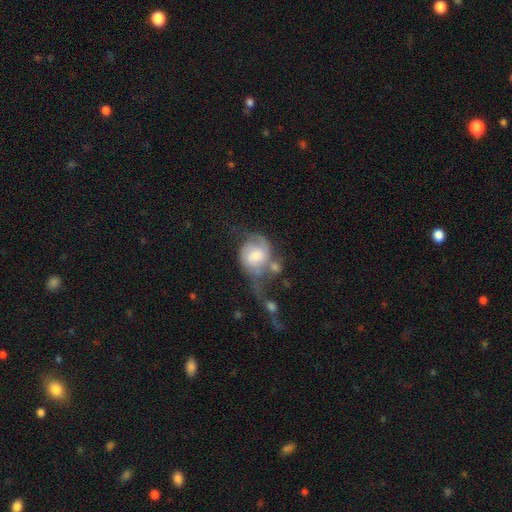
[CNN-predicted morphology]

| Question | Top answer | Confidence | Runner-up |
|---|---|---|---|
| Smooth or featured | featured or disk | 57% | smooth (36%) |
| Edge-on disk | no | 97% | yes (3%) |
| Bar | no | 62% | weak (31%) |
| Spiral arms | yes | 80% | no (20%) |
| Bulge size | moderate | 49% | small (30%) |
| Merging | major disturbance | 34% | merger (28%) |